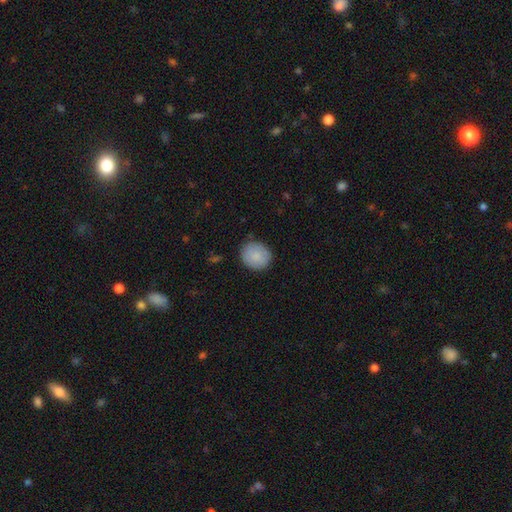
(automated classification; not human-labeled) This appears to be a smooth galaxy with no disk features (86%) that is round (76%). Merging: none (86%).